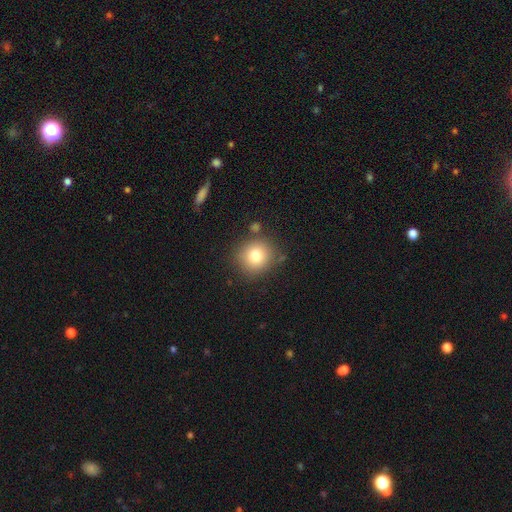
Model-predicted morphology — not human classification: Q: Smooth or featured?
A: smooth (79%); runner-up: star or artifact (11%)
Q: How rounded?
A: round (88%); runner-up: in between (11%)
Q: Merging?
A: none (80%); runner-up: minor disturbance (11%)